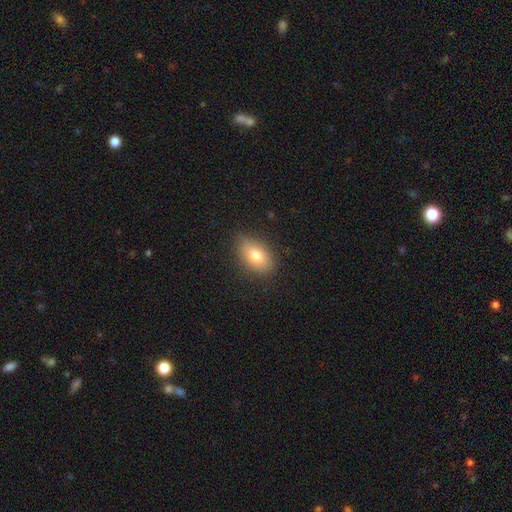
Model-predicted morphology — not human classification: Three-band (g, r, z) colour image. It shows a smooth galaxy with no disk features (77%) that is in between round and cigar-shaped (87%). Merging: none (83%).